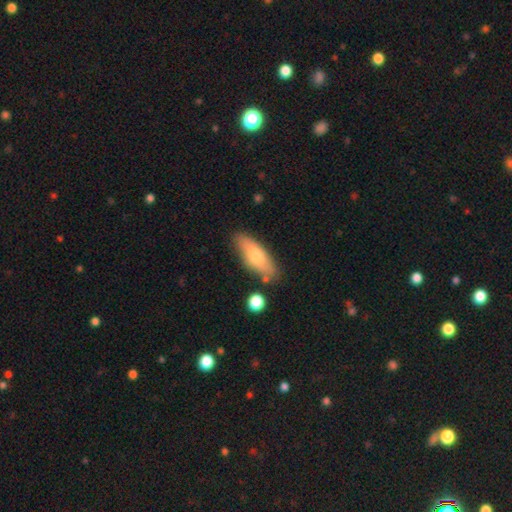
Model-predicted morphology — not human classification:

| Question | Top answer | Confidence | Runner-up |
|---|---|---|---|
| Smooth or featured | smooth | 67% | featured or disk (27%) |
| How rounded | in between | 67% | cigar-shaped (31%) |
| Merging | none | 77% | minor disturbance (15%) |